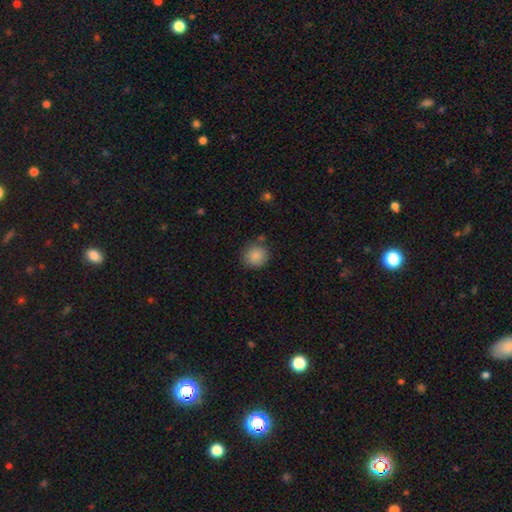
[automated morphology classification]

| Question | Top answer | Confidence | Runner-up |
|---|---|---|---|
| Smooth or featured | smooth | 87% | star or artifact (8%) |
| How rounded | round | 88% | in between (12%) |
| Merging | none | 80% | minor disturbance (12%) |